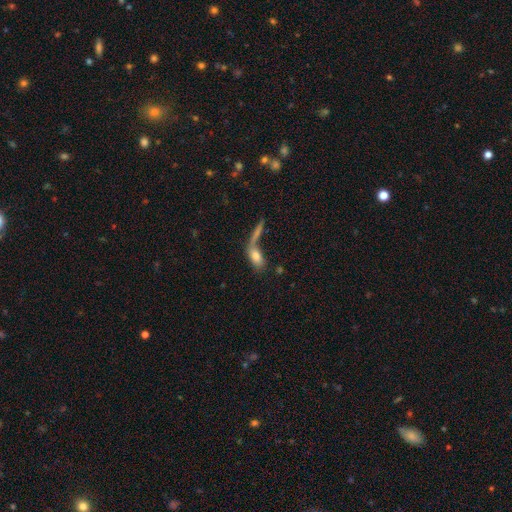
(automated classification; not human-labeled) Smooth or featured?
  - smooth: 72% *
  - featured or disk: 19%
  - star or artifact: 8%
How rounded?
  - in between: 80% *
  - cigar-shaped: 15%
  - round: 6%
Merging?
  - merger: 43% *
  - none: 36%
  - minor disturbance: 11%
  - major disturbance: 9%